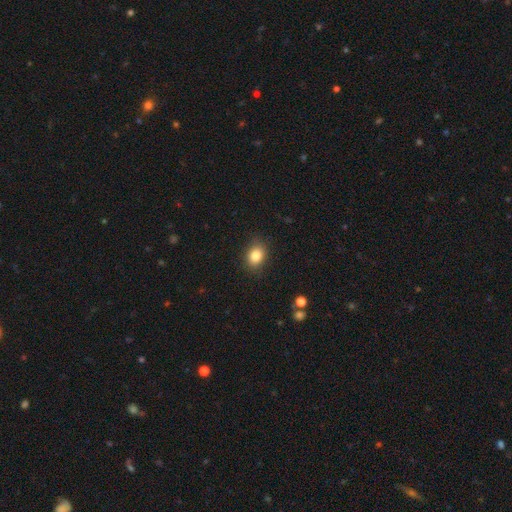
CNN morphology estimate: smooth-or-featured: smooth: 83% | star or artifact: 10% | featured or disk: 7%
  how-rounded: in between: 55% | round: 44% | cigar-shaped: 1%
  merging: none: 86% | minor disturbance: 10% | major disturbance: 2% | merger: 1%